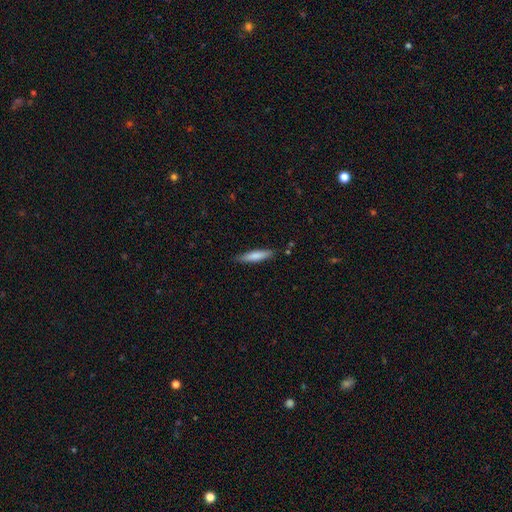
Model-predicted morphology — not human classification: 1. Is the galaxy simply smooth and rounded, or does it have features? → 75% smooth, 19% featured or disk, 6% star or artifact.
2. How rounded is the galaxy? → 84% cigar-shaped, 14% in between, 1% round.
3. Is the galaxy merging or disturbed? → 84% none, 12% minor disturbance, 2% major disturbance, 2% merger.